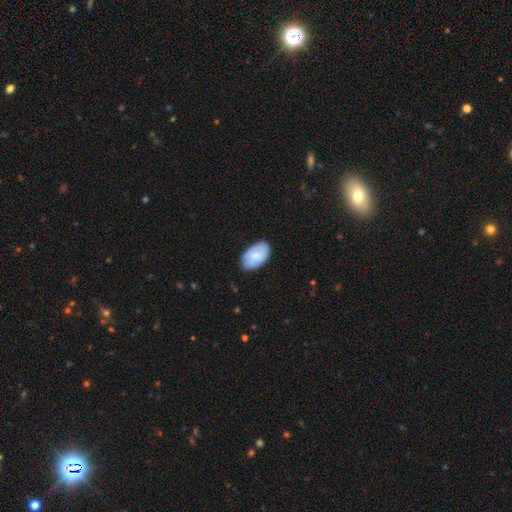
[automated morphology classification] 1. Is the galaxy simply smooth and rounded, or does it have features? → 76% smooth, 18% featured or disk, 6% star or artifact.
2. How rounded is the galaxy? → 94% in between, 4% round, 1% cigar-shaped.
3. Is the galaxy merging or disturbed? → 82% none, 14% minor disturbance, 2% major disturbance, 1% merger.